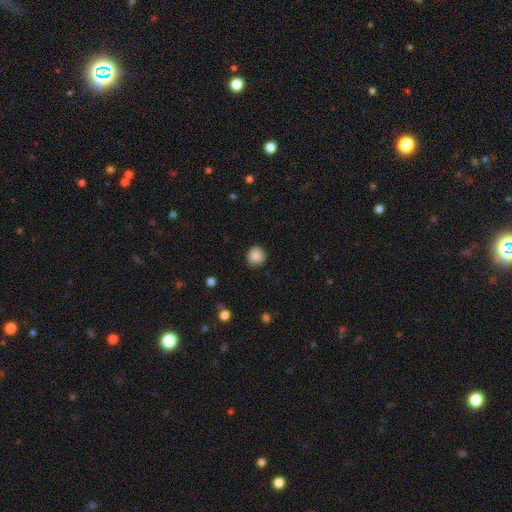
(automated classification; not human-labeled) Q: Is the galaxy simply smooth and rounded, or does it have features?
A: smooth — 87%.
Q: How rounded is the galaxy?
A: round — 91%.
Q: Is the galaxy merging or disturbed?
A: none — 86%.